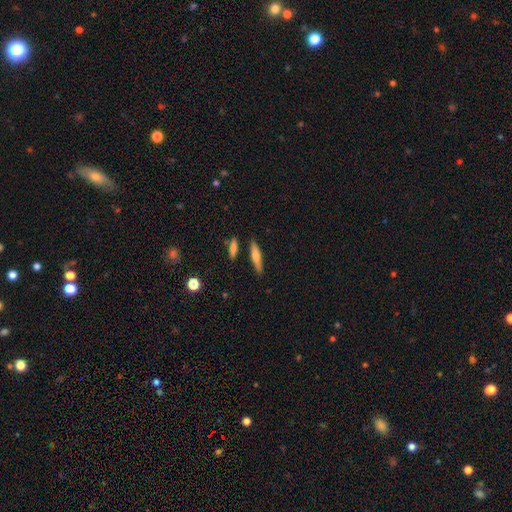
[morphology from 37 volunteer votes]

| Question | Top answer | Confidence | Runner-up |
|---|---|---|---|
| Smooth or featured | smooth | 76% | featured or disk (24%) |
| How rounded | cigar-shaped | 89% | in between (7%) |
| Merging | none | 81% | minor disturbance (8%) |